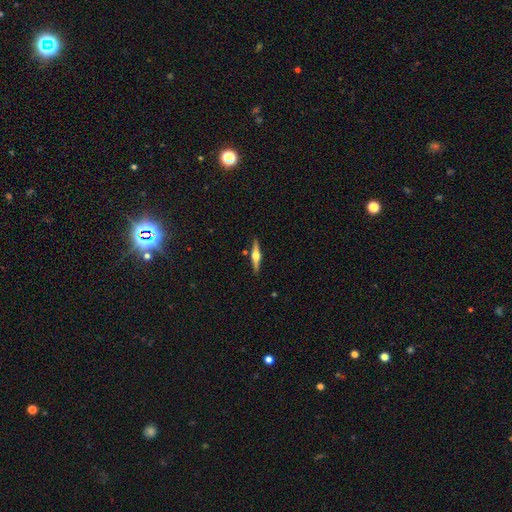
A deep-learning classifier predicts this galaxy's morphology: featured or disk 72%, smooth 22%, star or artifact 5%. Down the decision tree: edge-on disk — yes (98%); edge-on bulge — rounded (94%); merging — none (90%).